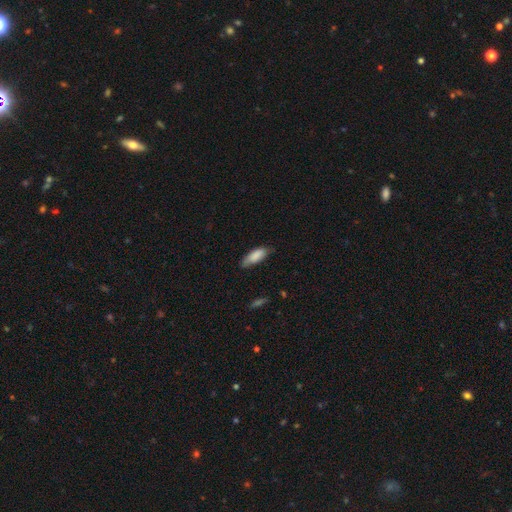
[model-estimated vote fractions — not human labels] This appears to be a smooth galaxy with no disk features (84%) that is in between round and cigar-shaped (71%). Merging: none (62%).